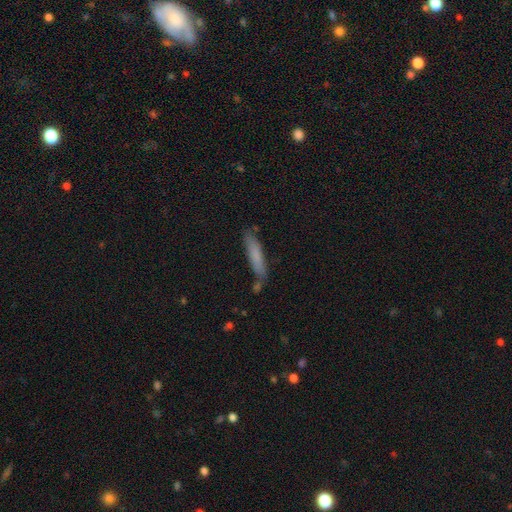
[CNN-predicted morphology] Q: Smooth or featured?
A: smooth (75%); runner-up: featured or disk (19%)
Q: How rounded?
A: cigar-shaped (88%); runner-up: in between (11%)
Q: Merging?
A: none (76%); runner-up: minor disturbance (16%)